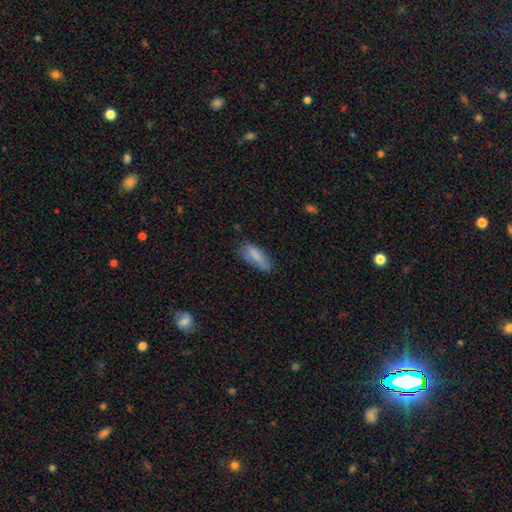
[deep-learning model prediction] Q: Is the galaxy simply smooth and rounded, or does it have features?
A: smooth — 78%.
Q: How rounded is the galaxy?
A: in between — 63%.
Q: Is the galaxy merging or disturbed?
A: none — 64%.